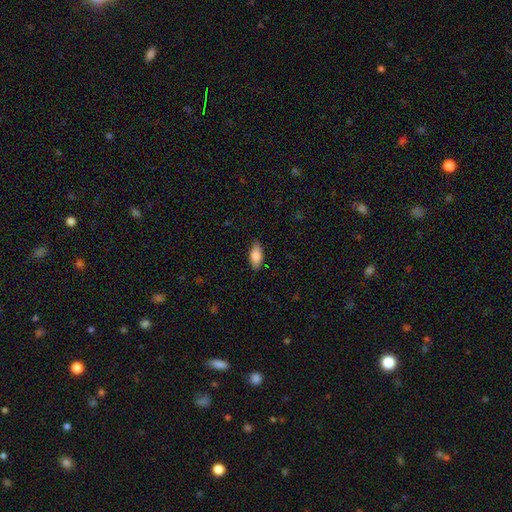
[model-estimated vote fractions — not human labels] Q: Smooth or featured?
A: smooth (82%); runner-up: featured or disk (11%)
Q: How rounded?
A: in between (85%); runner-up: cigar-shaped (13%)
Q: Merging?
A: none (84%); runner-up: minor disturbance (13%)